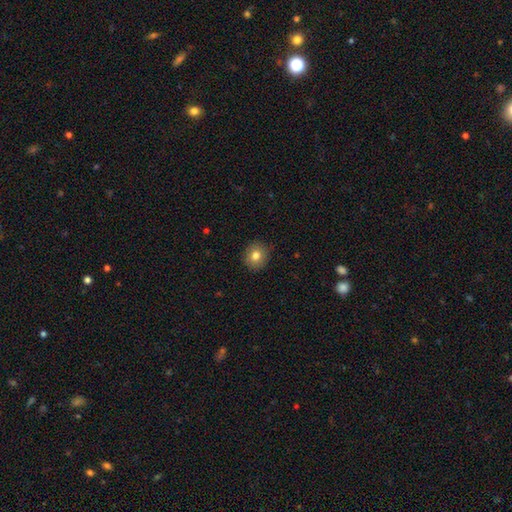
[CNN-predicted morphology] This is likely a smooth galaxy (79%). How rounded: clearly round (83%). Merging: clearly none (89%).